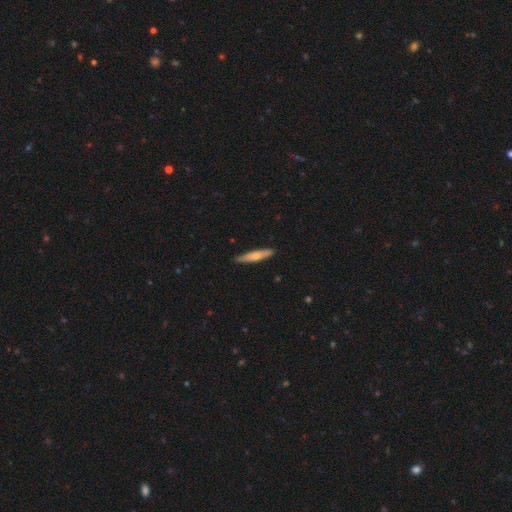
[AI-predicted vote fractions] Smooth or featured?
  - smooth: 56% *
  - featured or disk: 38%
  - star or artifact: 5%
How rounded?
  - cigar-shaped: 88% *
  - in between: 10%
  - round: 2%
Merging?
  - none: 87% *
  - minor disturbance: 10%
  - major disturbance: 2%
  - merger: 1%